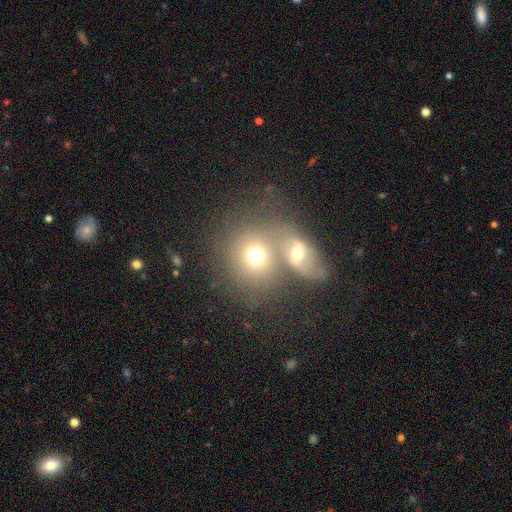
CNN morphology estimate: smooth-or-featured: smooth: 65% | featured or disk: 24% | star or artifact: 10%
  how-rounded: round: 73% | in between: 26% | cigar-shaped: 1%
  merging: merger: 55% | none: 32% | minor disturbance: 8% | major disturbance: 5%